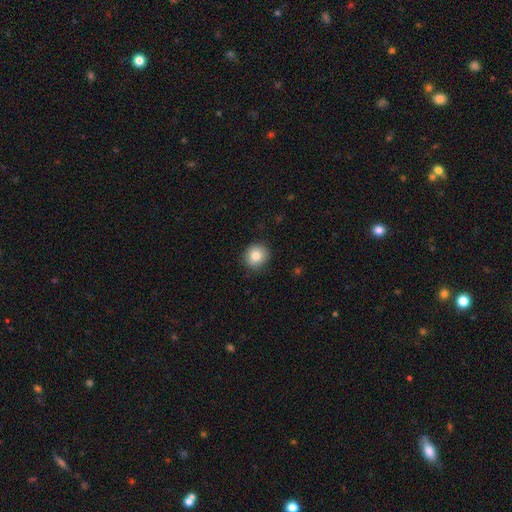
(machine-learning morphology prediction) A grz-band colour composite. It shows a smooth galaxy with no disk features (83%) that is round (84%). Merging: none (88%).